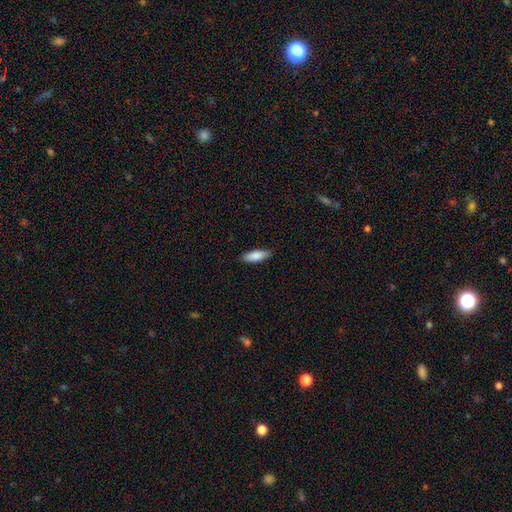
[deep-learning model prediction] Smooth or featured? smooth (84%)
How rounded? in between (60%)
Merging? none (86%)